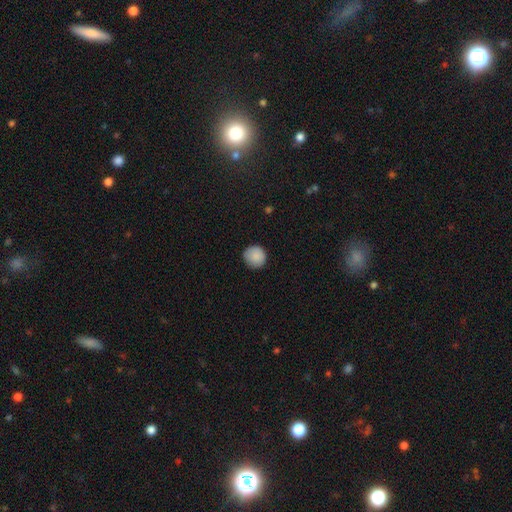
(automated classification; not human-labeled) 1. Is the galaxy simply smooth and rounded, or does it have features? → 88% smooth, 8% star or artifact, 4% featured or disk.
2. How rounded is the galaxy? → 94% round, 5% in between, 1% cigar-shaped.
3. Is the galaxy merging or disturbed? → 87% none, 11% minor disturbance, 2% major disturbance, 1% merger.